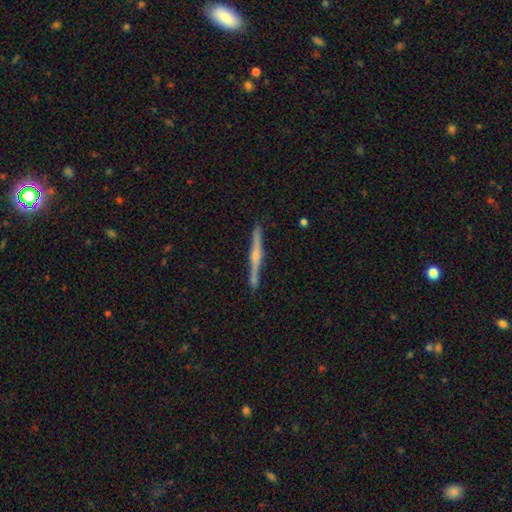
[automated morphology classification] type=featured or disk (76%); edge-on=yes (98%); edge-on bulge=rounded (76%); merging=none (89%).